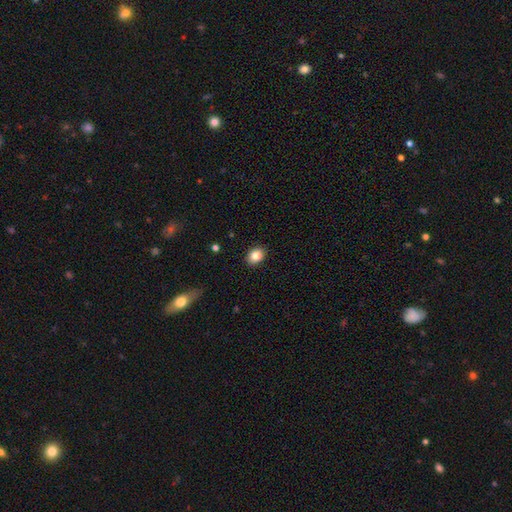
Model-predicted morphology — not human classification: Smooth or featured? Predicted: smooth (p=0.85). How rounded? Predicted: in between (p=0.63). Merging? Predicted: none (p=0.90).